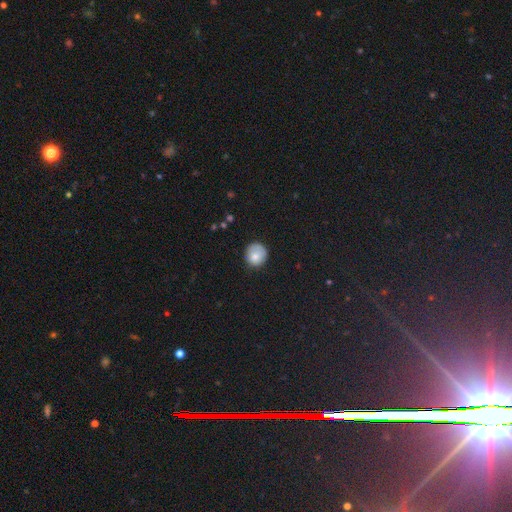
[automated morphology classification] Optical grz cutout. It shows a smooth galaxy with no disk features (80%) that is round (88%). Merging: none (73%).